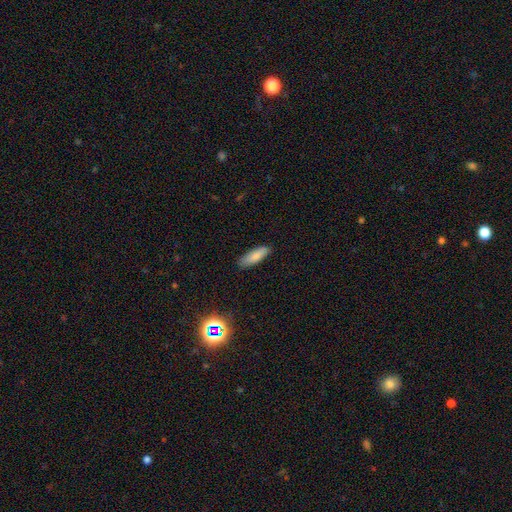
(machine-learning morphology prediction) This appears to be a smooth galaxy with no disk features (85%) that is in between round and cigar-shaped (50%). Merging: none (85%).